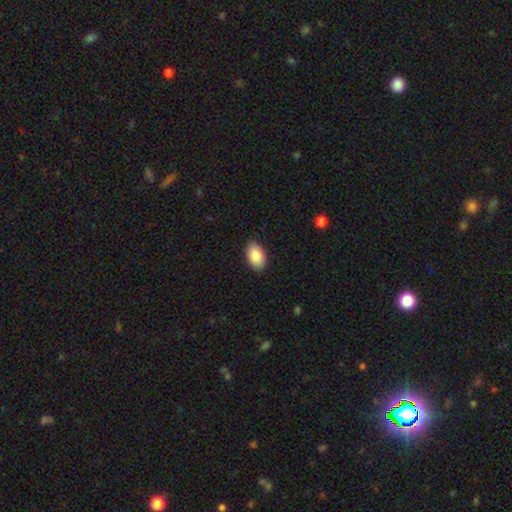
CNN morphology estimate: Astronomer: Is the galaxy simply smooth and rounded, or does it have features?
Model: smooth — 89%.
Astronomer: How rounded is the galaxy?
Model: in between — 93%.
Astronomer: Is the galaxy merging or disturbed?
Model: none — 88%.